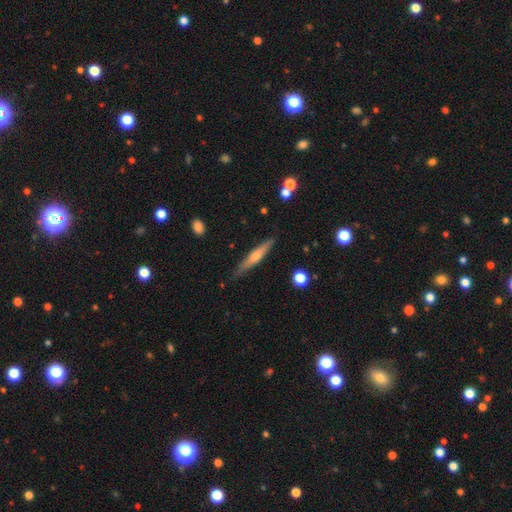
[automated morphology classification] type=featured or disk (51%); edge-on=yes (95%); merging=none (85%).